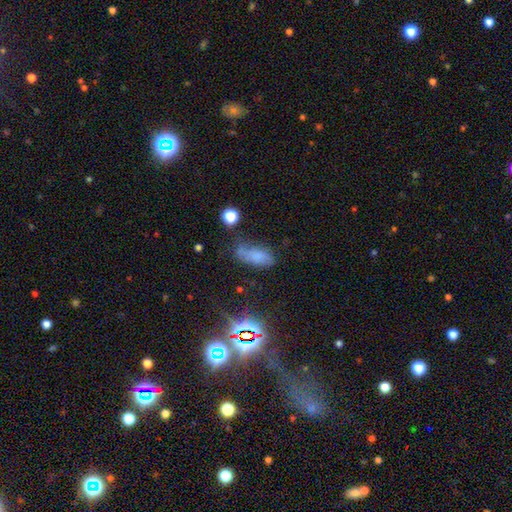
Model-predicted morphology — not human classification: Smooth or featured? smooth (62%)
How rounded? in between (80%)
Merging? none (42%)